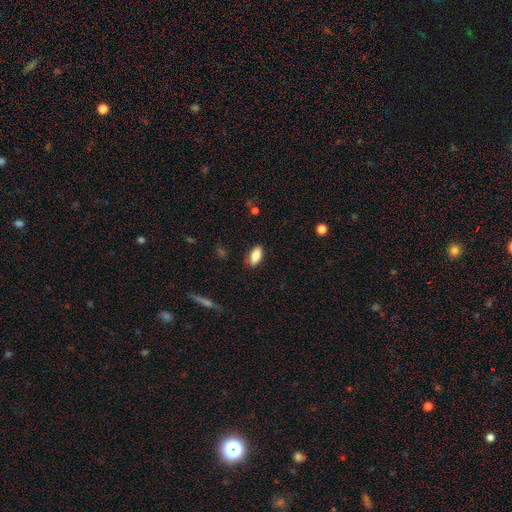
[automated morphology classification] The model was most divided on "merging": none: 86%, minor disturbance: 10%, major disturbance: 2%, merger: 1%. More confident: how rounded — in between (88%); smooth or featured — smooth (85%).